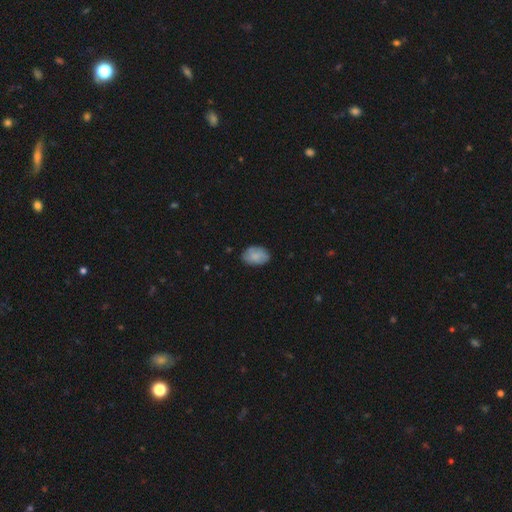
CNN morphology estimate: This appears to be a smooth galaxy with no disk features (78%) that is in between round and cigar-shaped (86%). Merging: none (77%).